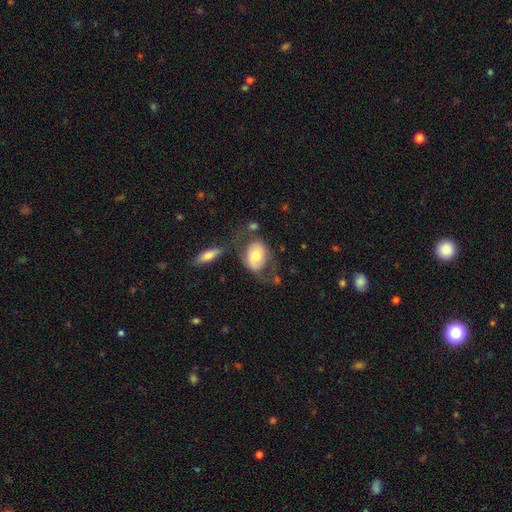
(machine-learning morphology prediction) Smooth or featured? Predicted: smooth (p=0.62). How rounded? Predicted: in between (p=0.76). Merging? Predicted: none (p=0.50).